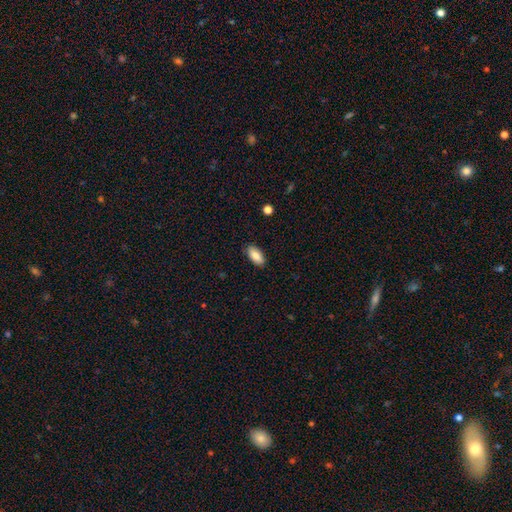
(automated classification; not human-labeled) This is clearly a smooth galaxy (86%). How rounded: clearly in between (91%). Merging: clearly none (87%).